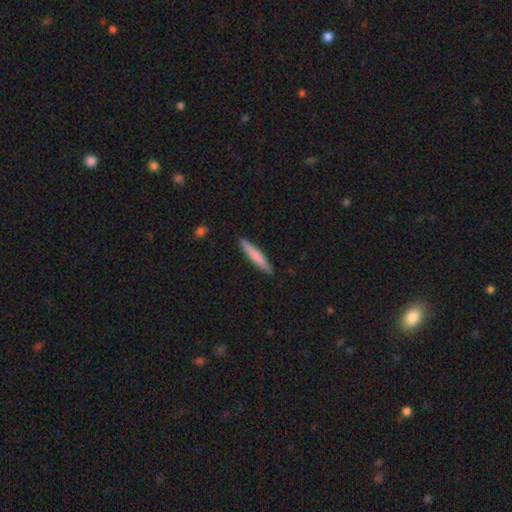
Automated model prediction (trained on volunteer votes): Smooth or featured? Predicted: smooth (p=0.71). How rounded? Predicted: cigar-shaped (p=0.93). Merging? Predicted: none (p=0.89).